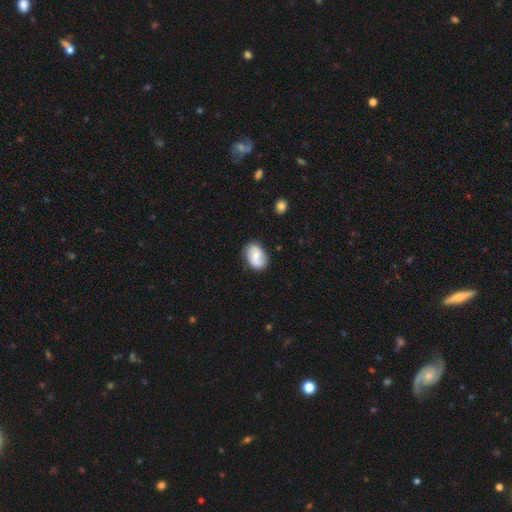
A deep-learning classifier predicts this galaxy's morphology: Smooth or featured? featured or disk (52%)
Edge-on disk? no (97%)
Bar? no (55%)
Spiral arms? yes (85%)
Bulge size? moderate (52%)
Merging? none (77%)